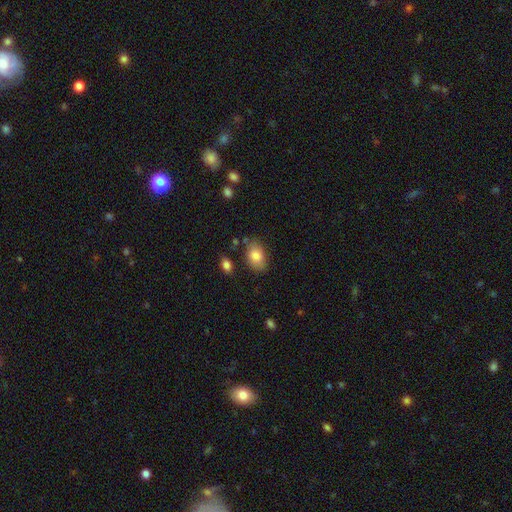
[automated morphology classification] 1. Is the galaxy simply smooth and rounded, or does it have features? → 83% smooth, 10% featured or disk, 7% star or artifact.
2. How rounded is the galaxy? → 87% in between, 12% round, 1% cigar-shaped.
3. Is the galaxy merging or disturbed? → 75% none, 17% minor disturbance, 4% major disturbance, 4% merger.